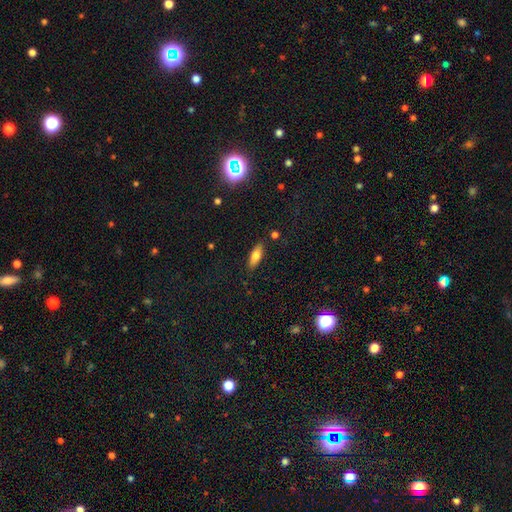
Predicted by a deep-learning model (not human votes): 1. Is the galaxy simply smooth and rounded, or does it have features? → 73% smooth, 19% featured or disk, 8% star or artifact.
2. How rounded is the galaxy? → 67% in between, 30% cigar-shaped, 3% round.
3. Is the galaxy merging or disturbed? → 86% none, 10% minor disturbance, 2% major disturbance, 2% merger.